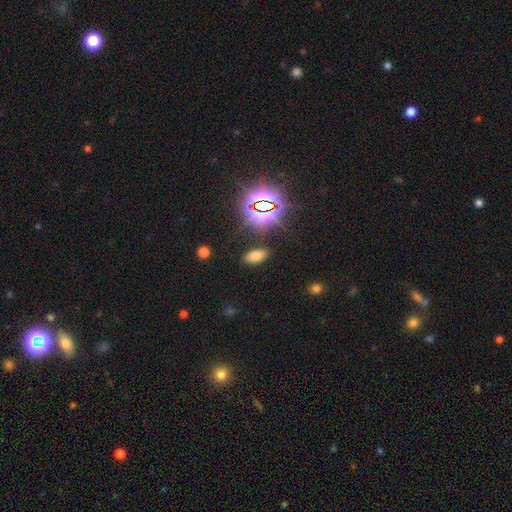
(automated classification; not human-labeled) Smooth or featured? Predicted: smooth (p=0.62). How rounded? Predicted: in between (p=0.88). Merging? Predicted: none (p=0.87).